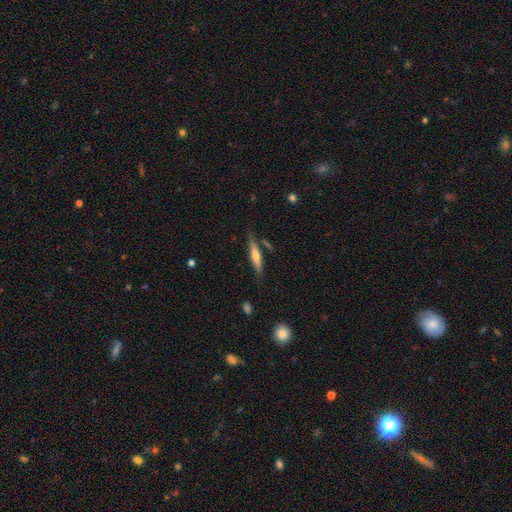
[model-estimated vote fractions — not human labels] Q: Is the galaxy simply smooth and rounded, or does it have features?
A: featured or disk — 49%.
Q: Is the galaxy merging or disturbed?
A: none — 77%.